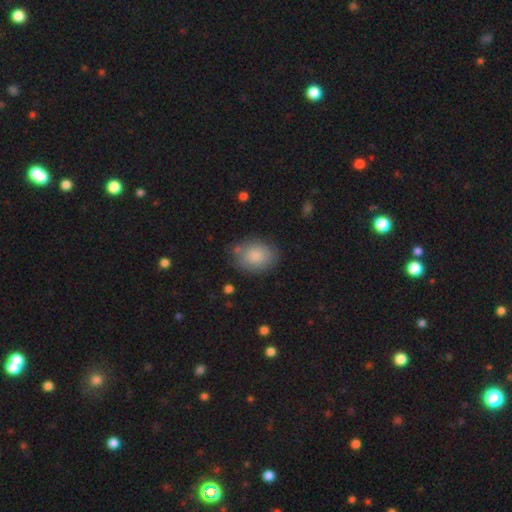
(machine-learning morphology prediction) Q: Smooth or featured?
A: smooth (85%); runner-up: featured or disk (8%)
Q: How rounded?
A: in between (57%); runner-up: round (41%)
Q: Merging?
A: none (75%); runner-up: minor disturbance (16%)